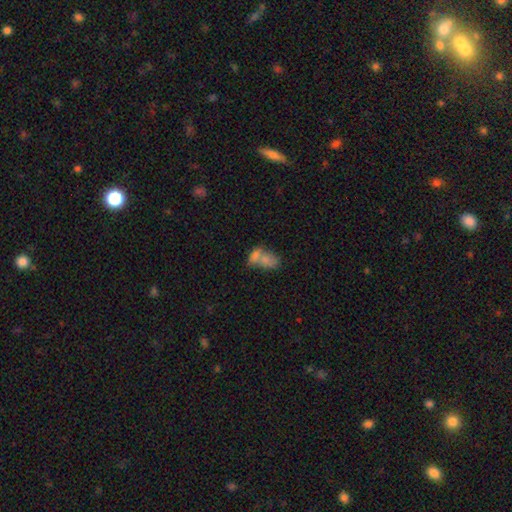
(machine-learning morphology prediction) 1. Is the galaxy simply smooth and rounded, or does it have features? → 73% smooth, 17% featured or disk, 10% star or artifact.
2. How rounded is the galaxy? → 84% in between, 12% round, 4% cigar-shaped.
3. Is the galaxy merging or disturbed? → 66% merger, 20% none, 8% minor disturbance, 6% major disturbance.